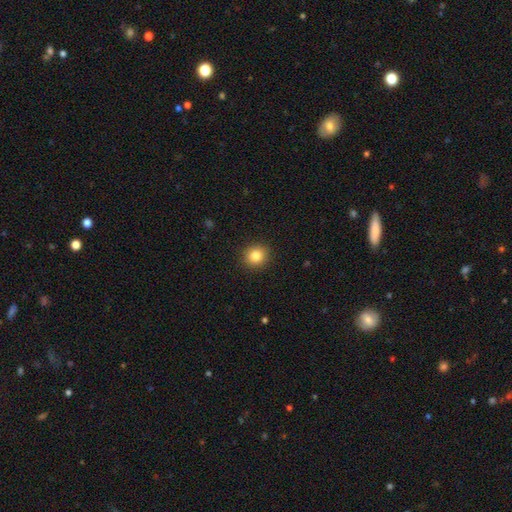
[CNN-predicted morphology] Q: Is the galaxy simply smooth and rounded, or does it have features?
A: smooth — 84%.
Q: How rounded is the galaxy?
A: round — 86%.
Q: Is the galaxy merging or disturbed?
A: none — 91%.